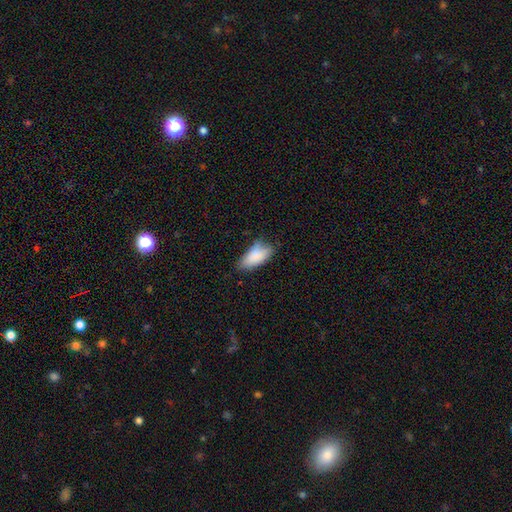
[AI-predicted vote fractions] This appears to be a smooth galaxy with no disk features (84%) that is in between round and cigar-shaped (89%). Merging: none (51%).